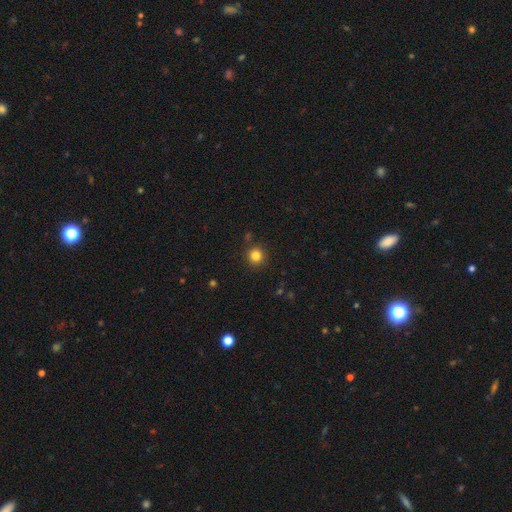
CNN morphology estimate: A smooth galaxy with no disk features (83%) that is round (93%).

Vote fractions:
- Smooth or featured? smooth: 83% / star or artifact: 12% / featured or disk: 5%
- How rounded? round: 93% / in between: 6% / cigar-shaped: 1%
- Merging? none: 89% / minor disturbance: 7% / merger: 3% / major disturbance: 2%